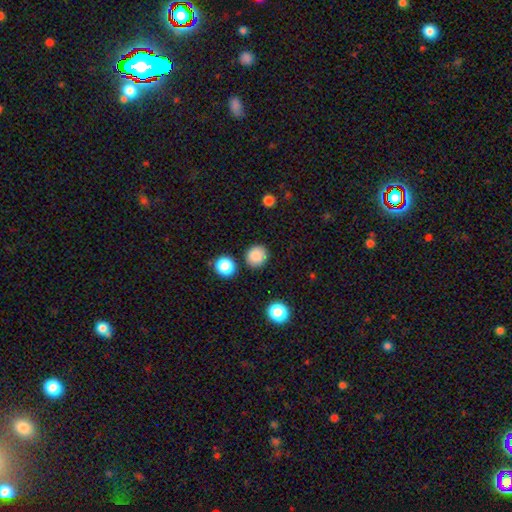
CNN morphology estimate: This is clearly a smooth galaxy (86%). How rounded: clearly round (87%). Merging: clearly none (85%).